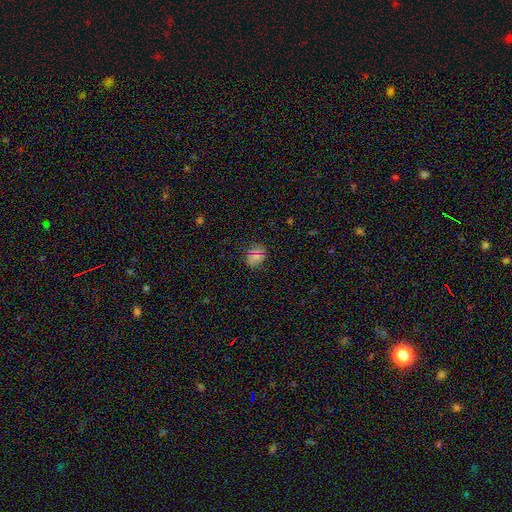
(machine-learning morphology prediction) smooth 65%, star or artifact 26%, featured or disk 9%. Down the decision tree: how rounded — round (60%); merging — none (82%).